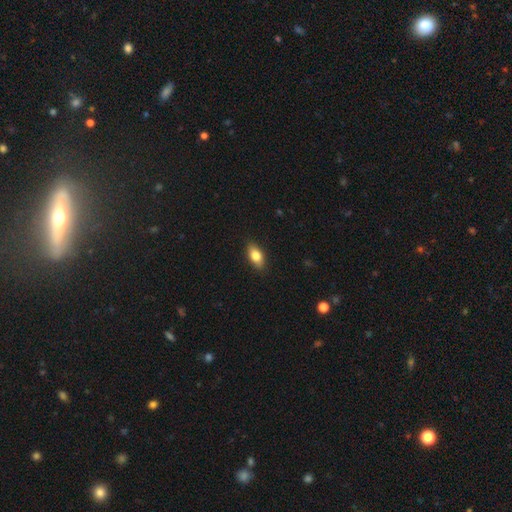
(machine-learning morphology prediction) A smooth galaxy with no disk features (80%) that is in between round and cigar-shaped (88%). Merging: none (88%).